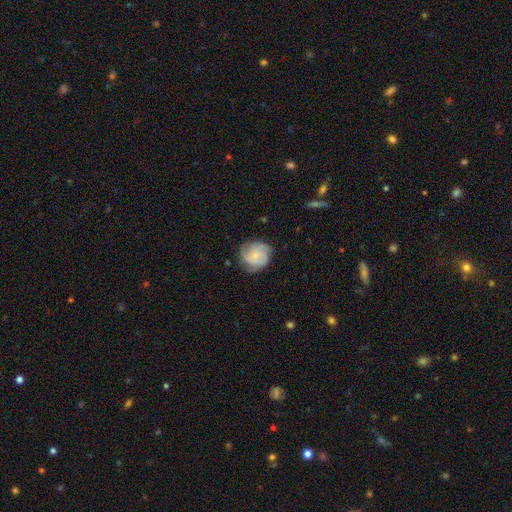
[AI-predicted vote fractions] A featured or disk galaxy (53%) with no bar (80%), spiral arms (87%) and a small central bulge (74%).

Vote fractions:
- Smooth or featured? featured or disk: 53% / smooth: 39% / star or artifact: 8%
- Edge-on disk? no: 98% / yes: 2%
- Bar? no: 80% / weak: 17% / strong: 2%
- Spiral arms? yes: 87% / no: 13%
- Bulge size? small: 74% / moderate: 15% / none: 9% / large: 1% / dominant: 1%
- Merging? none: 70% / minor disturbance: 22% / major disturbance: 7% / merger: 1%